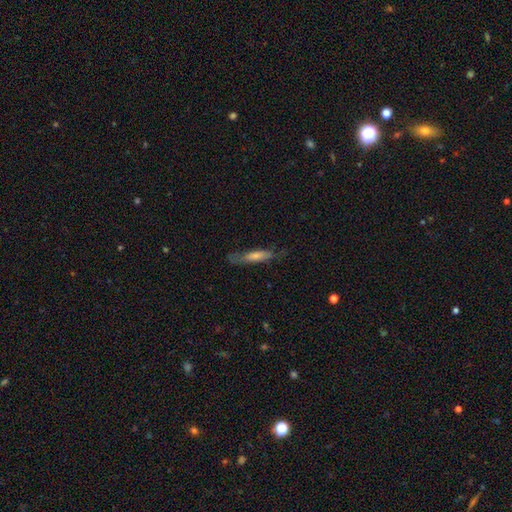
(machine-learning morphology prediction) type=smooth (46%); merging=none (69%).